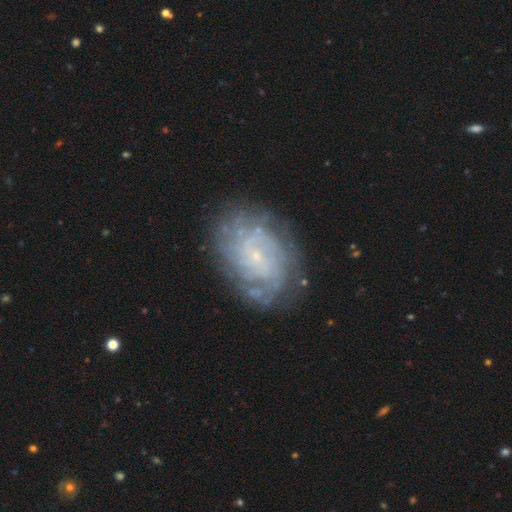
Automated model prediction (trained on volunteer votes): Overall: featured or disk (79%). Edge-on disk: no (97%). Bar: no (69%). Spiral arms: yes (90%). Spiral arm count: can't tell (45%; 4 14%). Spiral winding: tight (66%). Bulge size: small (84%). Merging: none (74%).